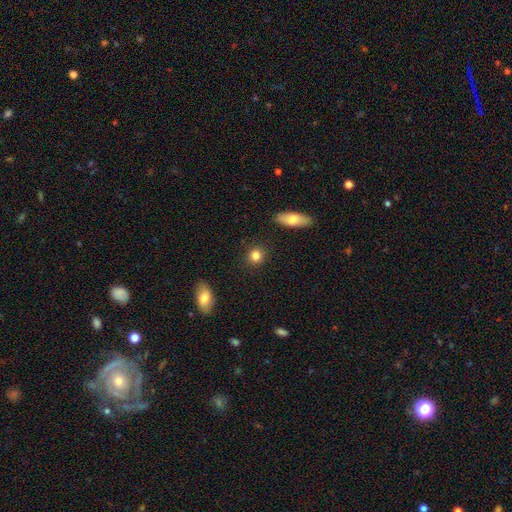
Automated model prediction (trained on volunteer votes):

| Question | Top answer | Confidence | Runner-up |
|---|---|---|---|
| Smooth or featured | smooth | 84% | star or artifact (9%) |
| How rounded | round | 83% | in between (15%) |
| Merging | none | 89% | minor disturbance (7%) |